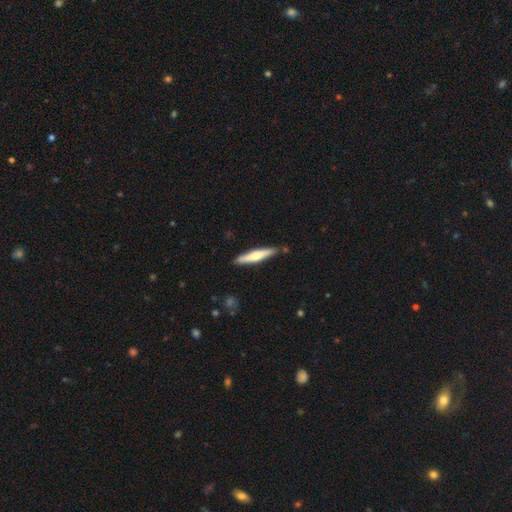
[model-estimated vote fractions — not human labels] Smooth or featured? Predicted: smooth (p=0.52). How rounded? Predicted: cigar-shaped (p=0.91). Merging? Predicted: none (p=0.86).